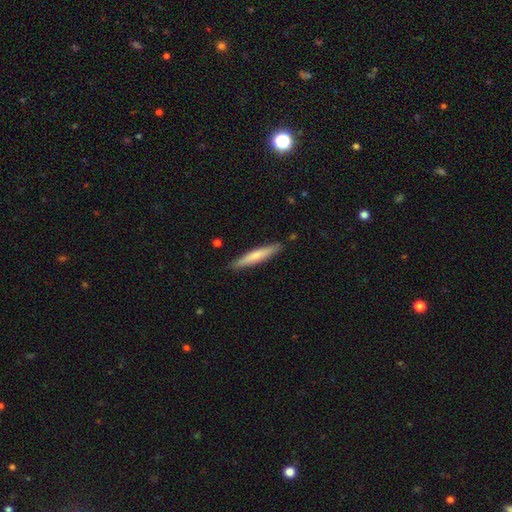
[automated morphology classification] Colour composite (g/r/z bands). It shows a smooth galaxy with no disk features (63%) that is cigar-shaped (92%). Merging: none (88%).